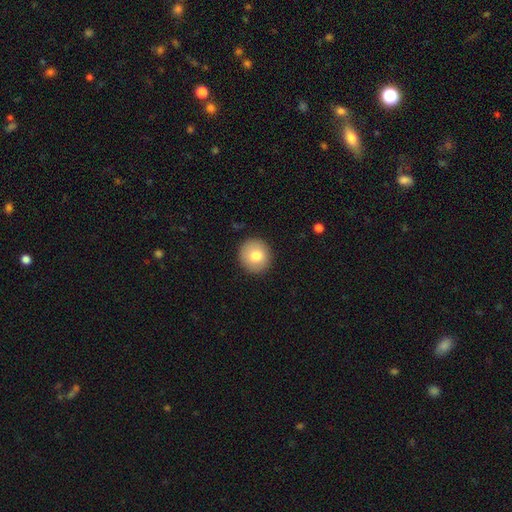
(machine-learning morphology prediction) smooth-or-featured: smooth: 79% | featured or disk: 13% | star or artifact: 8%
  how-rounded: round: 93% | in between: 6% | cigar-shaped: 1%
  merging: none: 91% | minor disturbance: 6% | major disturbance: 2% | merger: 1%